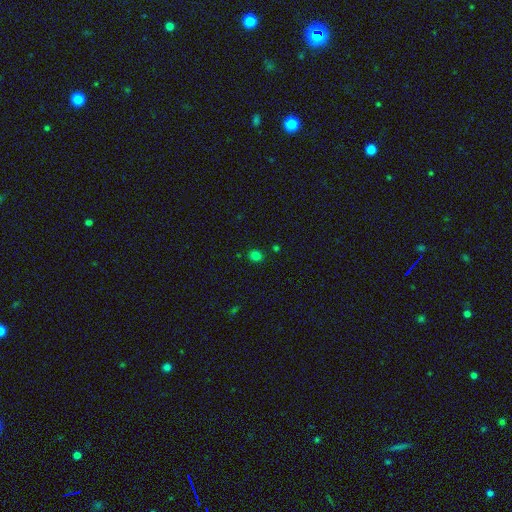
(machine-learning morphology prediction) Q: Smooth or featured?
A: smooth (78%); runner-up: star or artifact (18%)
Q: How rounded?
A: round (79%); runner-up: in between (20%)
Q: Merging?
A: none (87%); runner-up: minor disturbance (8%)